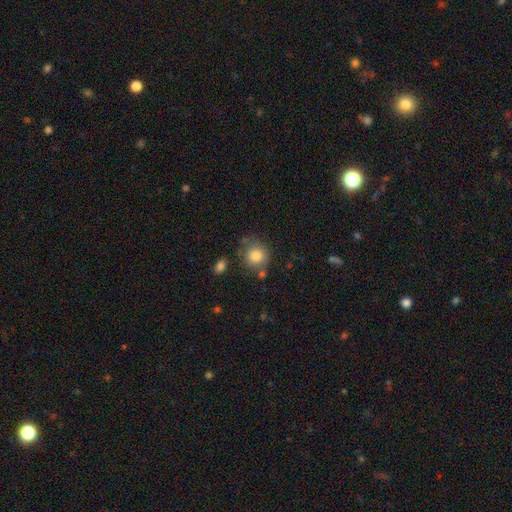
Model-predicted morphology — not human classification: A smooth galaxy with no disk features (81%) that is round (87%). Merging: none (71%).